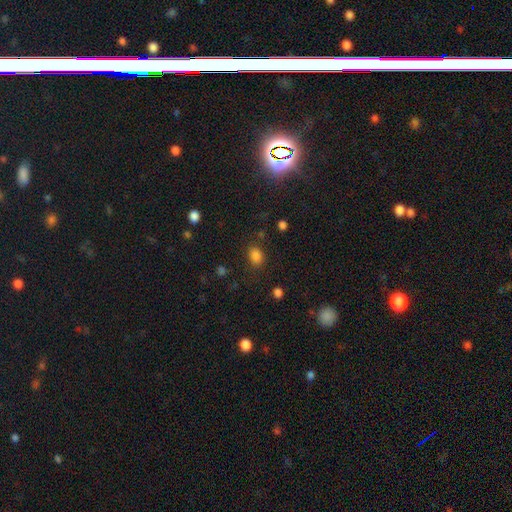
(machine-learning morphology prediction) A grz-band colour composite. It shows a smooth galaxy with no disk features (82%) that is in between round and cigar-shaped (63%). Merging: none (78%).